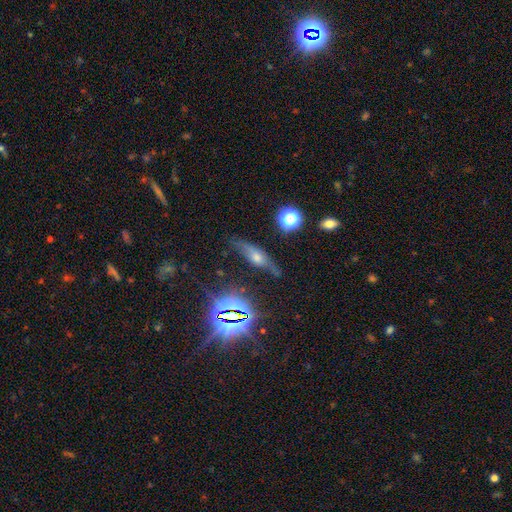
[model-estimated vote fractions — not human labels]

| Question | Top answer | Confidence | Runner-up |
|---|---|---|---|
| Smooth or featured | featured or disk | 48% | smooth (29%) |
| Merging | none | 72% | minor disturbance (19%) |